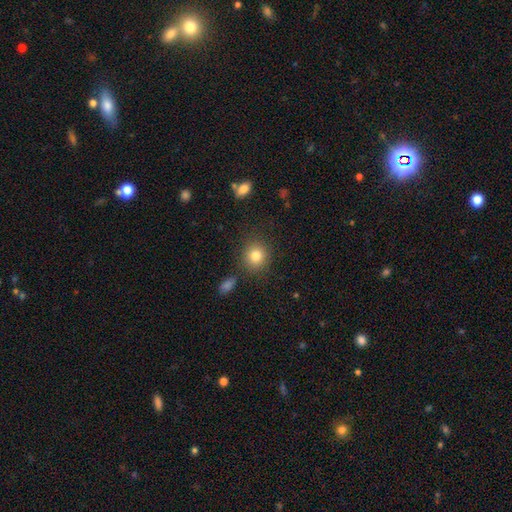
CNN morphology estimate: type=smooth (82%); roundness=round (86%); merging=none (85%).